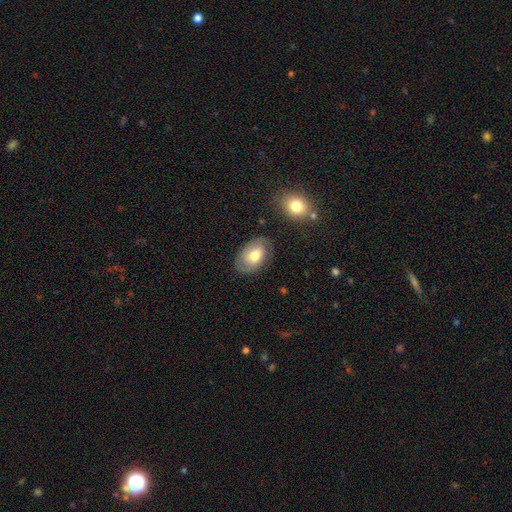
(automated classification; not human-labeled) A smooth galaxy with no disk features (60%) that is in between round and cigar-shaped (91%).

Vote fractions:
- Smooth or featured? smooth: 60% / featured or disk: 33% / star or artifact: 7%
- How rounded? in between: 91% / round: 8% / cigar-shaped: 1%
- Merging? none: 74% / minor disturbance: 19% / major disturbance: 5% / merger: 2%